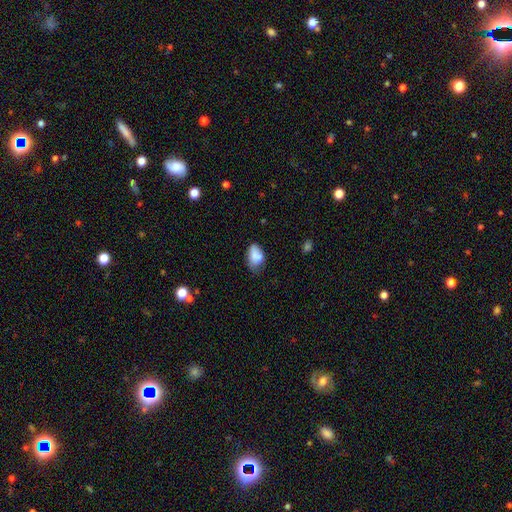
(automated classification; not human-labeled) Smooth or featured: smooth — 77% (featured or disk — 14%)
How rounded: in between — 88% (round — 11%)
Merging: none — 41% (minor disturbance — 34%)